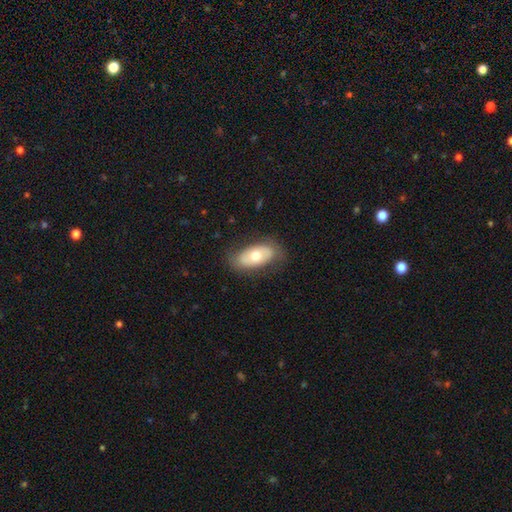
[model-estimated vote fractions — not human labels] This is possibly a smooth galaxy (59%). How rounded: clearly in between (92%). Merging: likely none (76%).